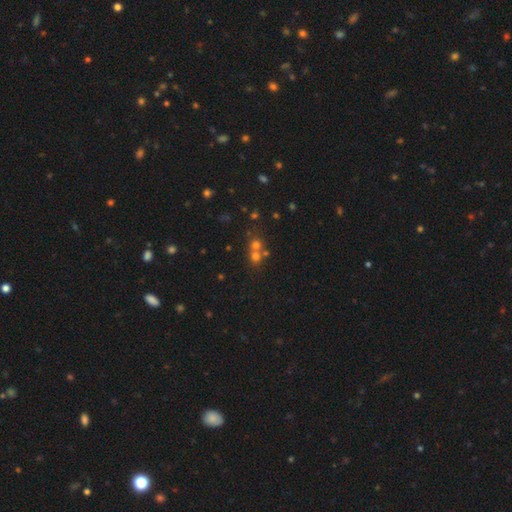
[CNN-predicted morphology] Smooth or featured? Predicted: smooth (p=0.56). How rounded? Predicted: round (p=0.83). Merging? Predicted: merger (p=0.52).